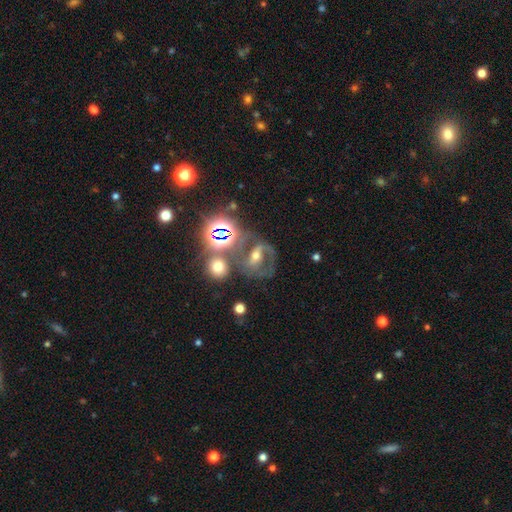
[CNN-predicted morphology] The model was most divided on "bar": strong: 48%, weak: 29%, no: 23%. More confident: edge-on disk — no (95%); spiral arms — yes (79%); bulge size — moderate (66%); smooth or featured — featured or disk (61%); merging — none (54%).